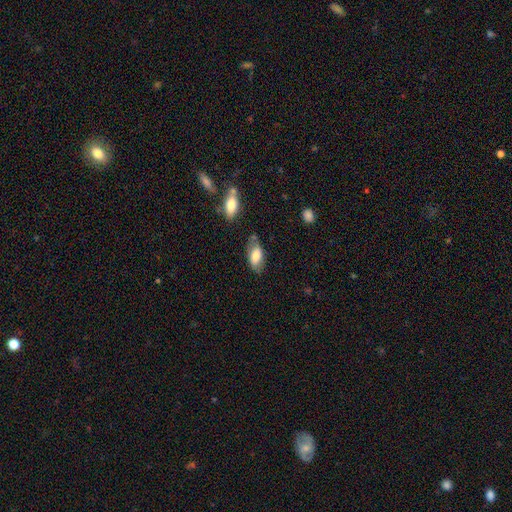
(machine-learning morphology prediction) A smooth galaxy with no disk features (75%) that is in between round and cigar-shaped (89%). Merging: none (62%).